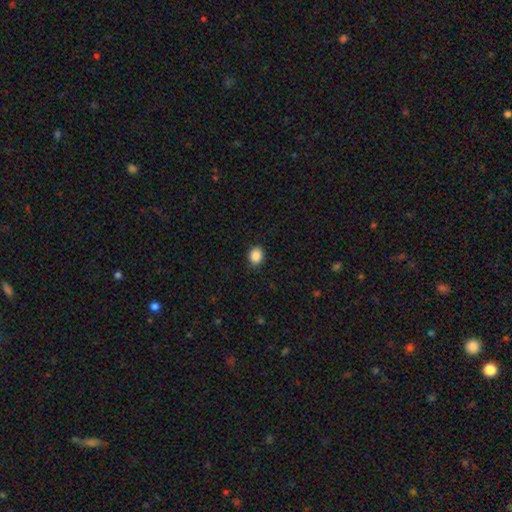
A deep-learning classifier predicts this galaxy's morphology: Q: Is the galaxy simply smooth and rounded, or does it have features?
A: smooth — 88%.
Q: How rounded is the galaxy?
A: round — 54%.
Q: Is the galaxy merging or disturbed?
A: none — 88%.